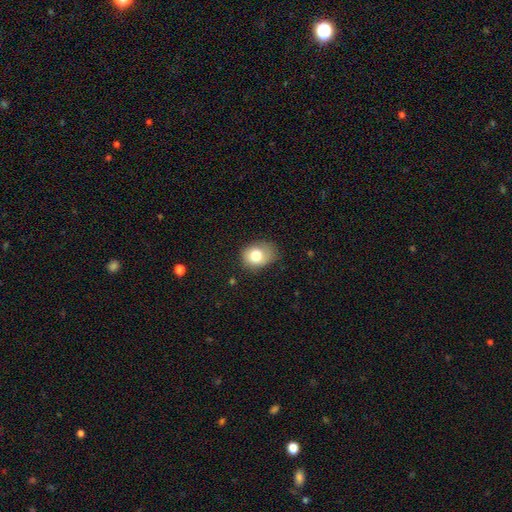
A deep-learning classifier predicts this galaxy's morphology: The model was most divided on "how rounded": in between: 51%, round: 49%, cigar-shaped: 1%. More confident: smooth or featured — smooth (79%); merging — none (58%).